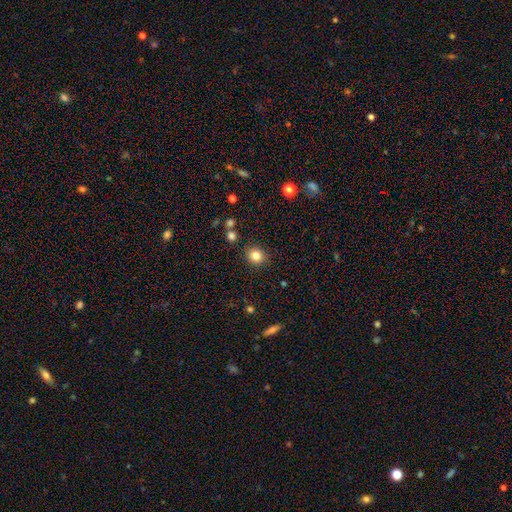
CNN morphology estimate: Smooth or featured? Predicted: smooth (p=0.82). How rounded? Predicted: round (p=0.83). Merging? Predicted: none (p=0.88).